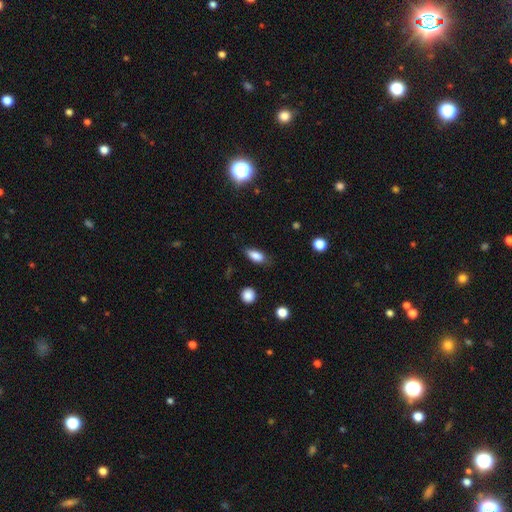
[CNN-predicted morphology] This is clearly a smooth galaxy (82%). How rounded: clearly in between (81%). Merging: likely none (75%).